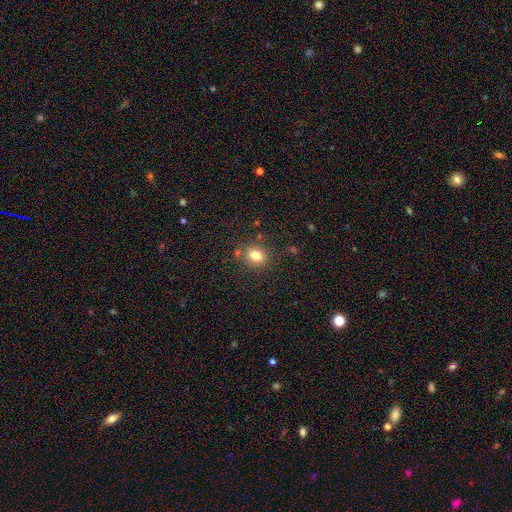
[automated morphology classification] This appears to be a smooth galaxy with no disk features (79%) that is round (60%). Merging: none (80%).